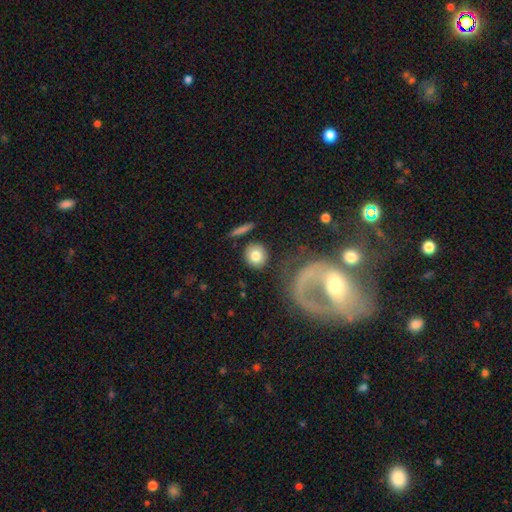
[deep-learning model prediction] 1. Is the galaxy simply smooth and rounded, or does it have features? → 80% smooth, 13% featured or disk, 7% star or artifact.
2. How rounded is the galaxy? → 89% round, 9% in between, 2% cigar-shaped.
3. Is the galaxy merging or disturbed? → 81% none, 9% minor disturbance, 5% merger, 5% major disturbance.